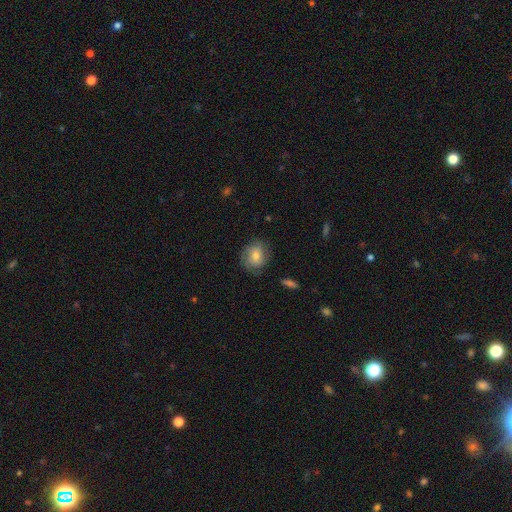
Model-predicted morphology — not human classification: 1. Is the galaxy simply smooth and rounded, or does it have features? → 53% smooth, 38% featured or disk, 8% star or artifact.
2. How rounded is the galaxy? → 71% round, 28% in between, 1% cigar-shaped.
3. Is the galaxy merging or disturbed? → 74% none, 19% minor disturbance, 6% major disturbance, 1% merger.